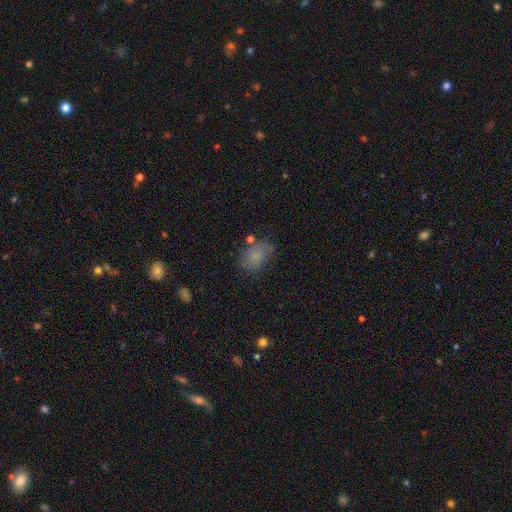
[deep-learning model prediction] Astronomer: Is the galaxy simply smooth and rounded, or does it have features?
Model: smooth — 50% (runner-up: featured or disk, 37%).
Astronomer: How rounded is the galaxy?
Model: in between — 77%.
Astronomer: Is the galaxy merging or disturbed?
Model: none — 61%.